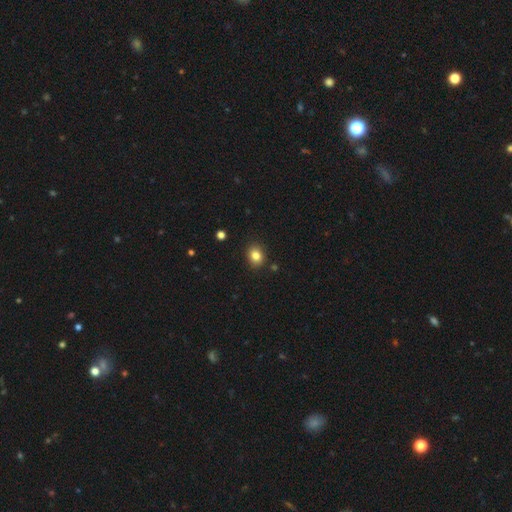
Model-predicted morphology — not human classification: This appears to be a smooth galaxy with no disk features (83%) that is round (57%). Merging: none (87%).